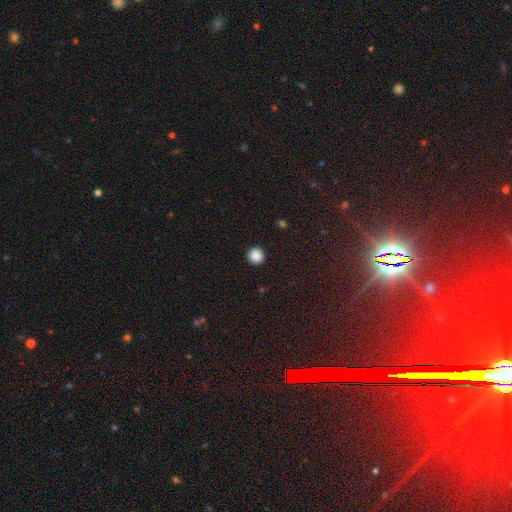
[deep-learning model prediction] Smooth or featured?
  - smooth: 88% *
  - star or artifact: 9%
  - featured or disk: 3%
How rounded?
  - round: 96% *
  - in between: 3%
  - cigar-shaped: 1%
Merging?
  - none: 93% *
  - minor disturbance: 4%
  - major disturbance: 2%
  - merger: 1%